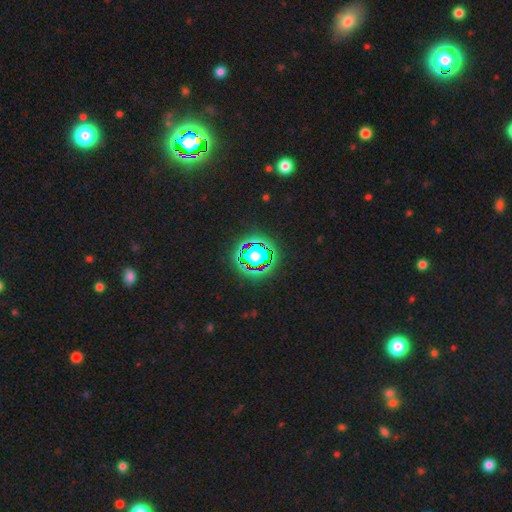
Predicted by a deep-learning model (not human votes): A star or artifact, not a galaxy (80%).